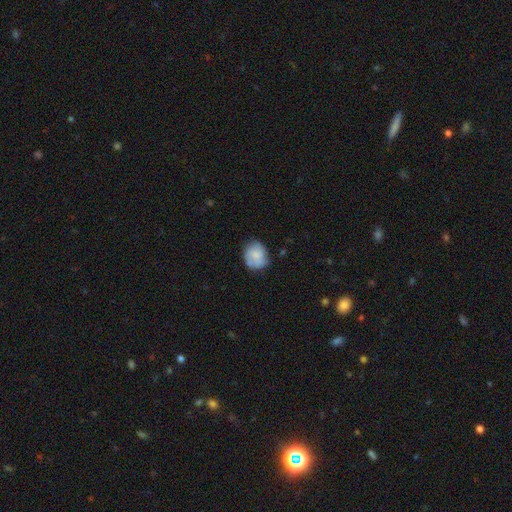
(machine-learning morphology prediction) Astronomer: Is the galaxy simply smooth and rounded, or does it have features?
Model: smooth — 71%.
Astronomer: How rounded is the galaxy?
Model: round — 70%.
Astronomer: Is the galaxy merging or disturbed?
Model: none — 61%.